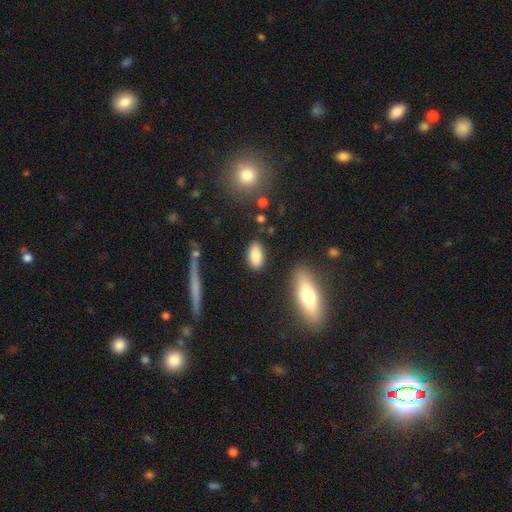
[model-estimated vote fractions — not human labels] smooth-or-featured: smooth: 85% | featured or disk: 8% | star or artifact: 8%
  how-rounded: in between: 91% | cigar-shaped: 5% | round: 4%
  merging: none: 84% | minor disturbance: 11% | major disturbance: 3% | merger: 2%